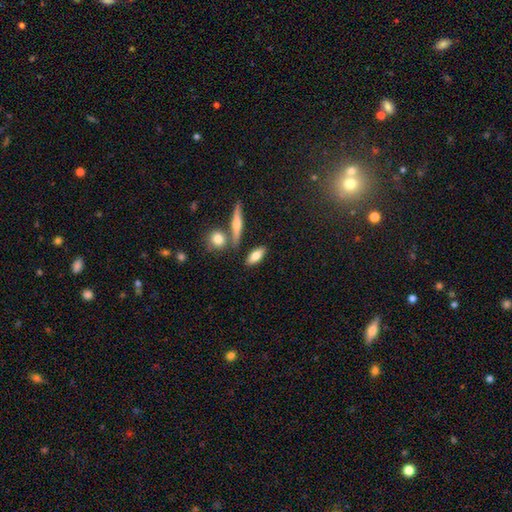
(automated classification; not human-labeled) smooth_or_featured: smooth (p=0.73) [alt: featured or disk p=0.20]
how_rounded: in between (p=0.73) [alt: cigar-shaped p=0.23]
merging: none (p=0.77) [alt: minor disturbance p=0.10]